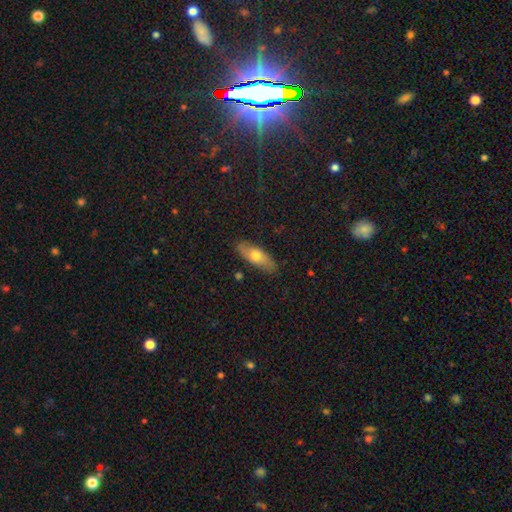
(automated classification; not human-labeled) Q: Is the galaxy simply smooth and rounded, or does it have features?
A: smooth — 58%.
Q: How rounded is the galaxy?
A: in between — 65%.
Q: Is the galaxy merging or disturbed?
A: none — 86%.